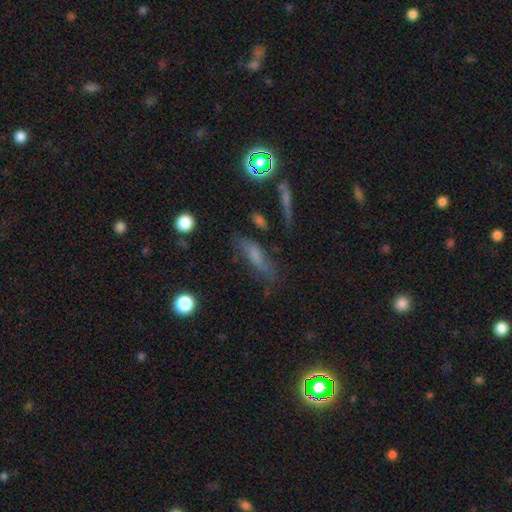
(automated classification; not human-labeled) Smooth or featured? Predicted: smooth (p=0.48). Merging? Predicted: none (p=0.58).